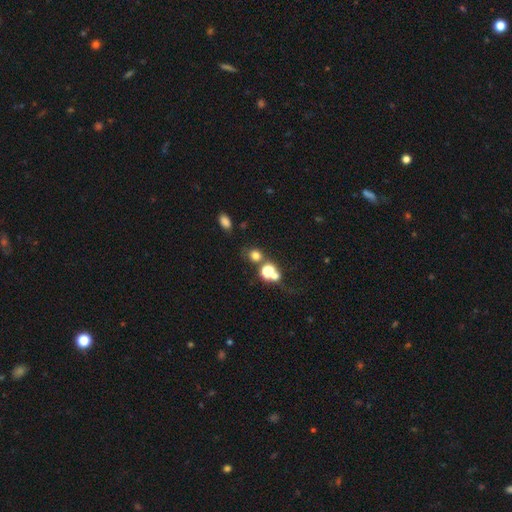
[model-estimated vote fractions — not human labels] A smooth galaxy with no disk features (73%) that is round (83%).

Vote fractions:
- Smooth or featured? smooth: 73% / star or artifact: 20% / featured or disk: 7%
- How rounded? round: 83% / in between: 16% / cigar-shaped: 1%
- Merging? none: 65% / merger: 20% / minor disturbance: 10% / major disturbance: 5%